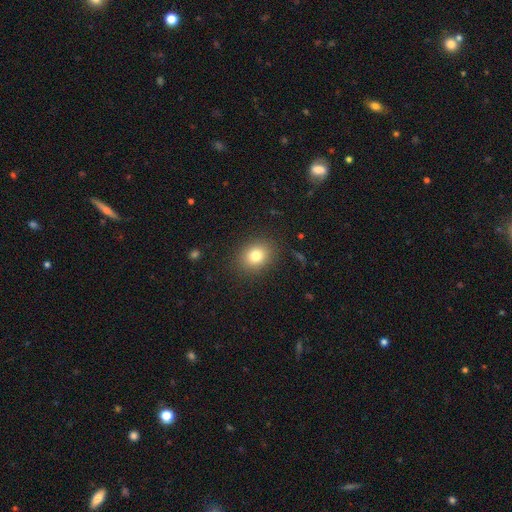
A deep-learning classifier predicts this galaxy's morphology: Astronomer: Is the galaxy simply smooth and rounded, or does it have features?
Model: smooth — 79%.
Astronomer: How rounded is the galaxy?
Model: round — 59% (runner-up: in between, 40%).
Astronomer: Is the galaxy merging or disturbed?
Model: none — 88%.